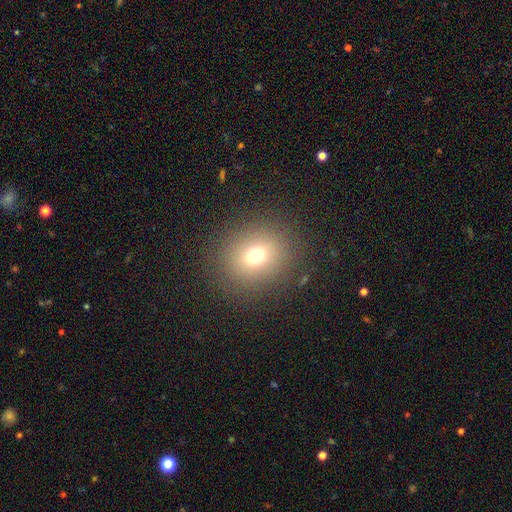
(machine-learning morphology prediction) smooth 72%, star or artifact 17%, featured or disk 12%. Down the decision tree: how rounded — round (75%); merging — none (87%).